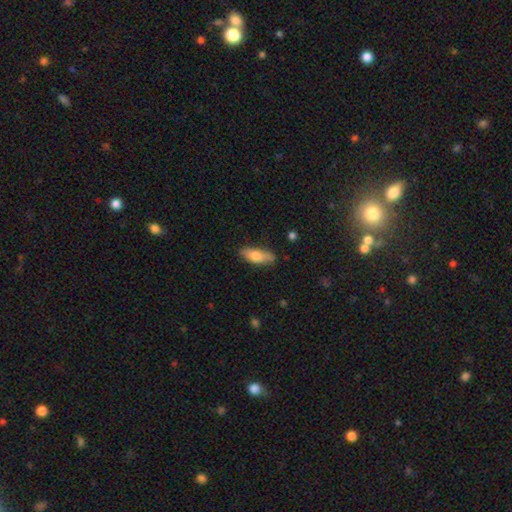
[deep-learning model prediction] This is likely a smooth galaxy (76%). How rounded: likely in between (66%). Merging: likely none (77%).